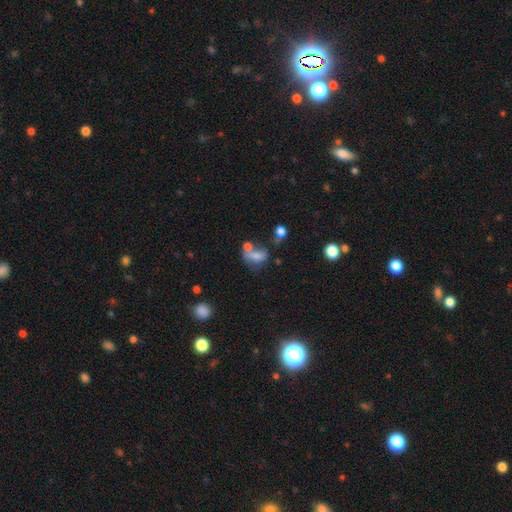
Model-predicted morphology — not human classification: Q: Smooth or featured?
A: smooth (62%); runner-up: featured or disk (24%)
Q: How rounded?
A: in between (74%); runner-up: round (23%)
Q: Merging?
A: merger (36%); runner-up: none (29%)